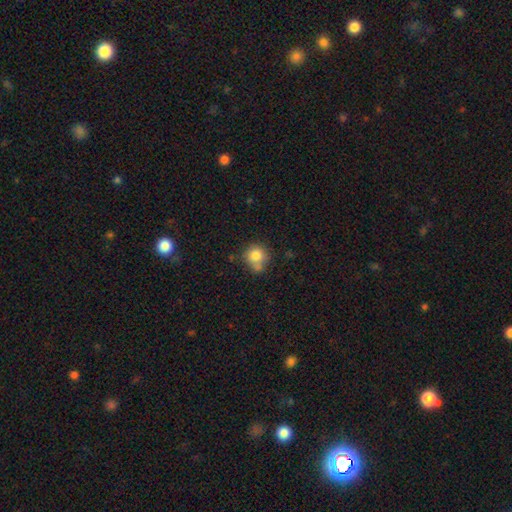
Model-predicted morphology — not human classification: This appears to be a smooth galaxy with no disk features (80%) that is round (85%). Merging: none (56%).